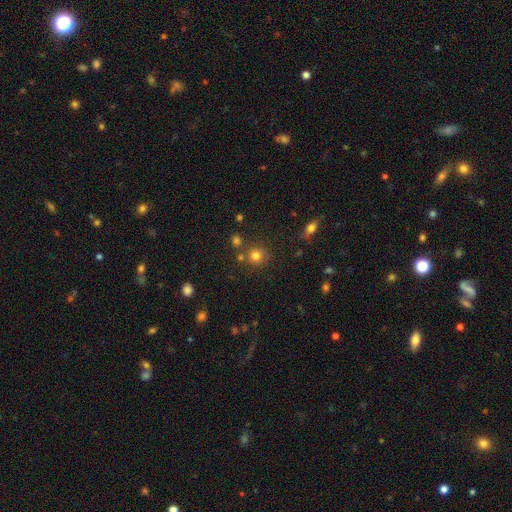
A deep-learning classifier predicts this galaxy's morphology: This is likely a smooth galaxy (76%). How rounded: clearly round (88%). Merging: likely none (74%).